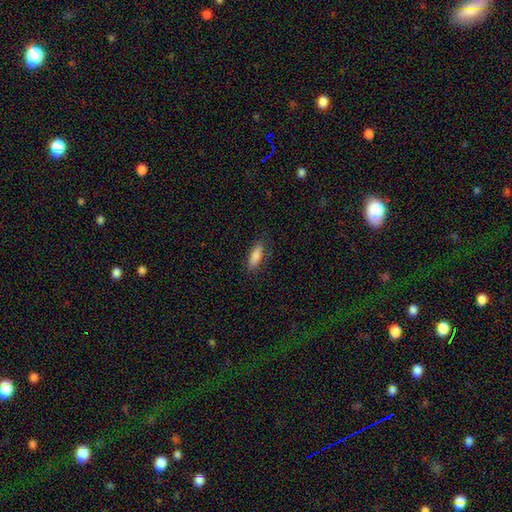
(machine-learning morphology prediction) Q: Smooth or featured?
A: smooth (84%); runner-up: featured or disk (9%)
Q: How rounded?
A: in between (62%); runner-up: cigar-shaped (36%)
Q: Merging?
A: none (83%); runner-up: minor disturbance (13%)